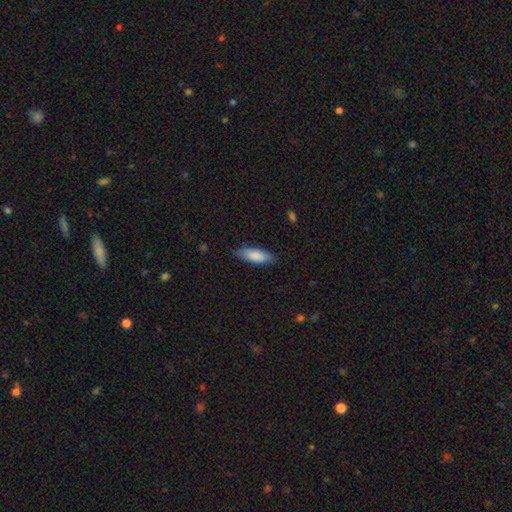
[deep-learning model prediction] A smooth galaxy with no disk features (85%) that is in between round and cigar-shaped (67%). Merging: none (79%).